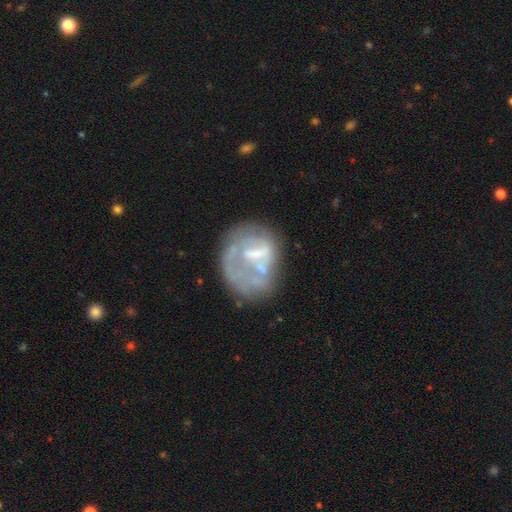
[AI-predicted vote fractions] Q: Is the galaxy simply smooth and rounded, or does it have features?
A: featured or disk — 61%.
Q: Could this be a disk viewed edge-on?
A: no — 97%.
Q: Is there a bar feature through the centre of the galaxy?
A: no — 52%.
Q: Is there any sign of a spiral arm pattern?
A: no — 76%.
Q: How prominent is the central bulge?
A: none — 41%.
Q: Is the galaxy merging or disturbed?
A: none — 39%.